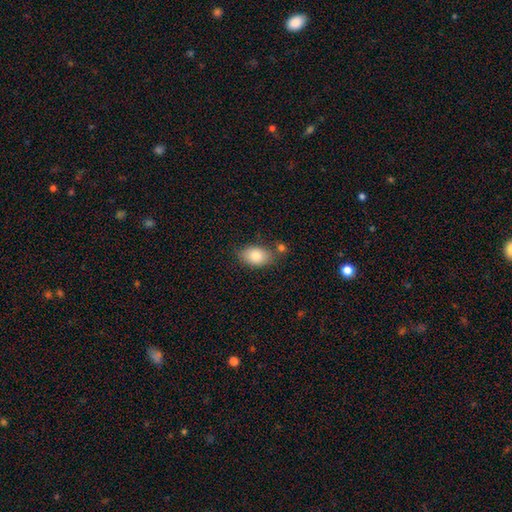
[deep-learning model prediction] Smooth or featured: smooth — 83% (featured or disk — 10%)
How rounded: in between — 87% (round — 12%)
Merging: none — 70% (minor disturbance — 17%)